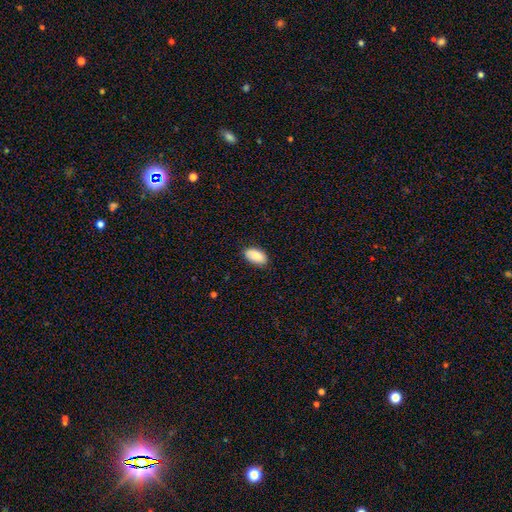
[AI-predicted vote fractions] smooth_or_featured: smooth (p=0.86) [alt: featured or disk p=0.08]
how_rounded: in between (p=0.95) [alt: round p=0.03]
merging: none (p=0.85) [alt: minor disturbance p=0.12]